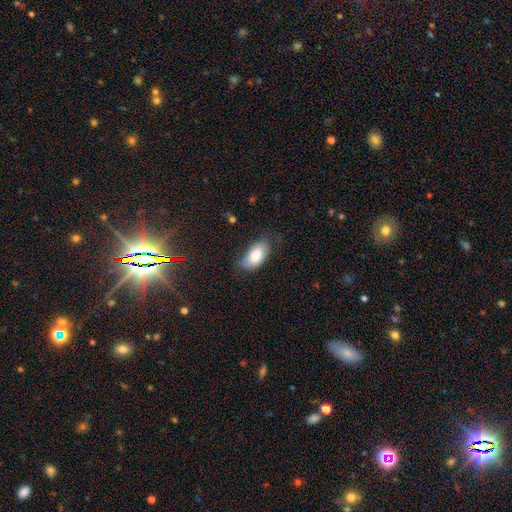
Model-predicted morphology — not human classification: A smooth galaxy with no disk features (81%) that is in between round and cigar-shaped (94%). Merging: none (64%).